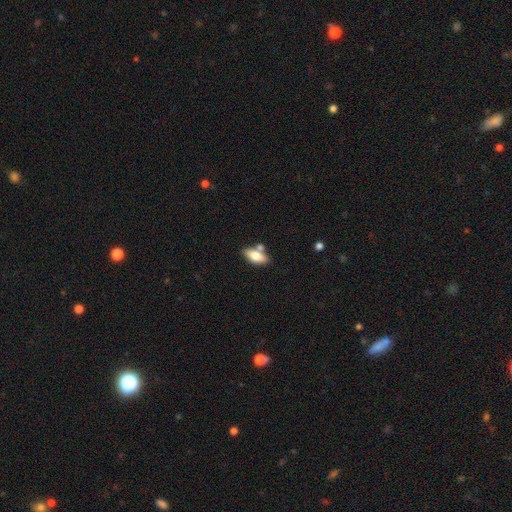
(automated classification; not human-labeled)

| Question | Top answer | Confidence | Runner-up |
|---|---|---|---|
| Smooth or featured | smooth | 72% | featured or disk (21%) |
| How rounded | in between | 82% | cigar-shaped (15%) |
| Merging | none | 65% | merger (19%) |